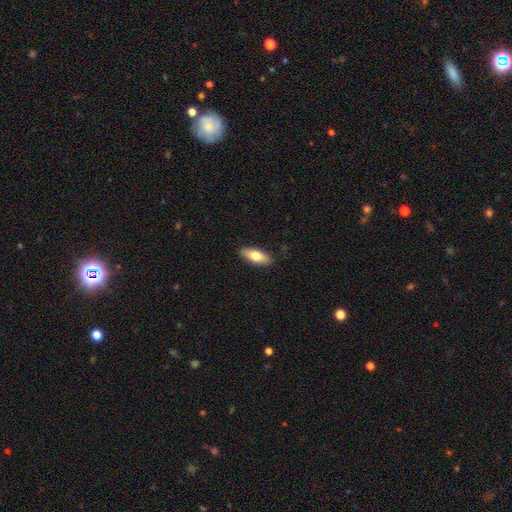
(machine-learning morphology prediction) smooth-or-featured: smooth: 73% | featured or disk: 21% | star or artifact: 6%
  how-rounded: in between: 73% | cigar-shaped: 24% | round: 3%
  merging: none: 89% | minor disturbance: 8% | major disturbance: 2% | merger: 1%